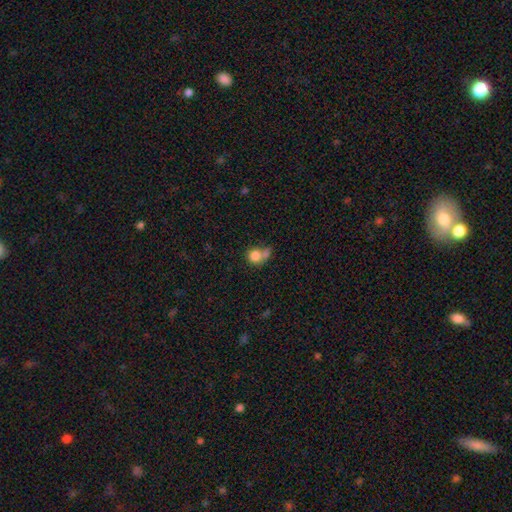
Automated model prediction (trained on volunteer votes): Smooth or featured? Predicted: smooth (p=0.80). How rounded? Predicted: round (p=0.78). Merging? Predicted: merger (p=0.45).